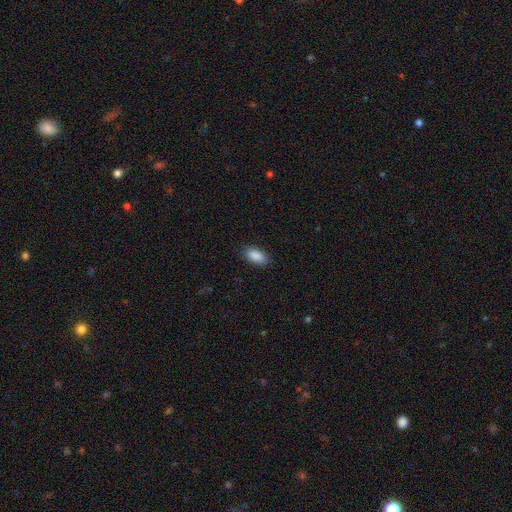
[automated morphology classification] The model was most divided on "merging": none: 87%, minor disturbance: 10%, major disturbance: 2%, merger: 1%. More confident: how rounded — in between (93%); smooth or featured — smooth (90%).